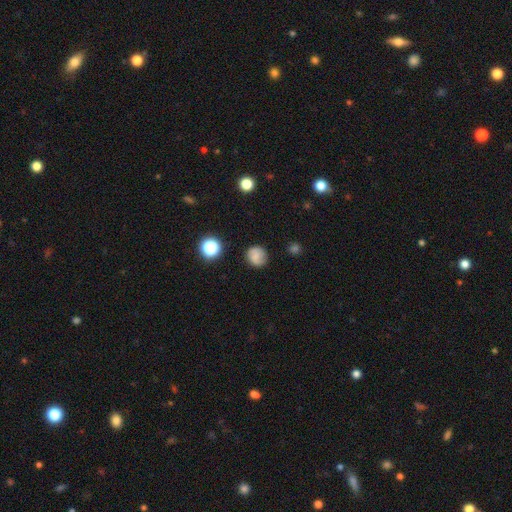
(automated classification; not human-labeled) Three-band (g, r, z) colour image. It shows a smooth galaxy with no disk features (71%) that is round (88%). Merging: none (81%).